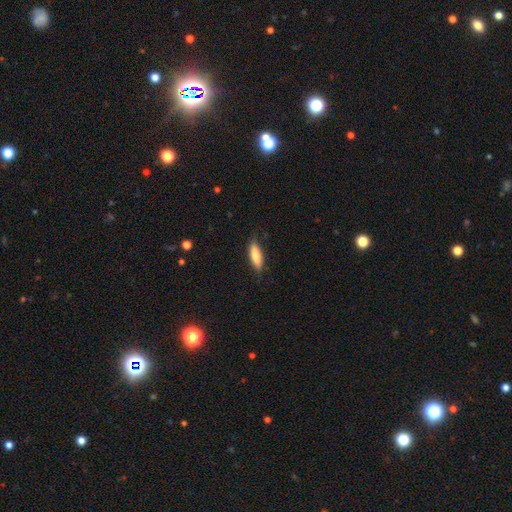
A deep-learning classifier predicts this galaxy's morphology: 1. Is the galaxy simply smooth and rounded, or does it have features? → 81% smooth, 13% featured or disk, 6% star or artifact.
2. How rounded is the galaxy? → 52% cigar-shaped, 46% in between, 2% round.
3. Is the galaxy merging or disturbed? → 81% none, 15% minor disturbance, 3% major disturbance, 1% merger.